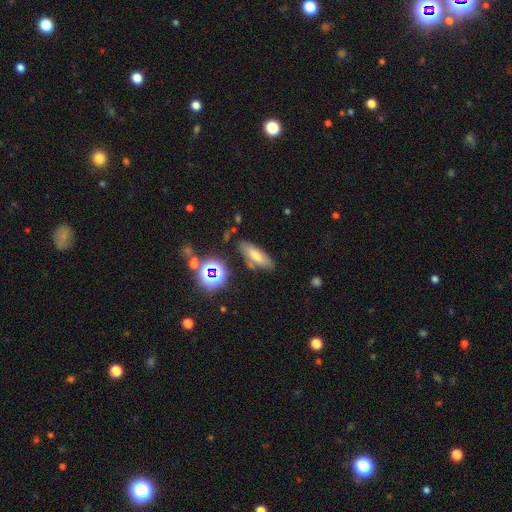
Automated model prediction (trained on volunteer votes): smooth_or_featured: smooth (p=0.54) [alt: featured or disk p=0.24]
how_rounded: in between (p=0.58) [alt: cigar-shaped p=0.35]
merging: none (p=0.77) [alt: minor disturbance p=0.14]